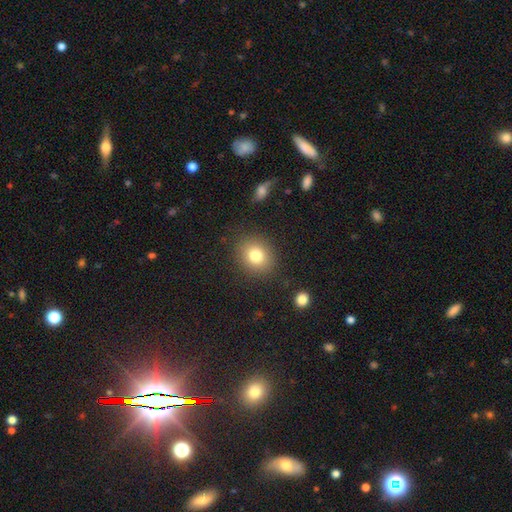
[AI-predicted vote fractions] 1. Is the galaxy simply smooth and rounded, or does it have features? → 79% smooth, 11% star or artifact, 9% featured or disk.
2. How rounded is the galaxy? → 69% round, 30% in between, 1% cigar-shaped.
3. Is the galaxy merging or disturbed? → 87% none, 8% minor disturbance, 3% major disturbance, 2% merger.